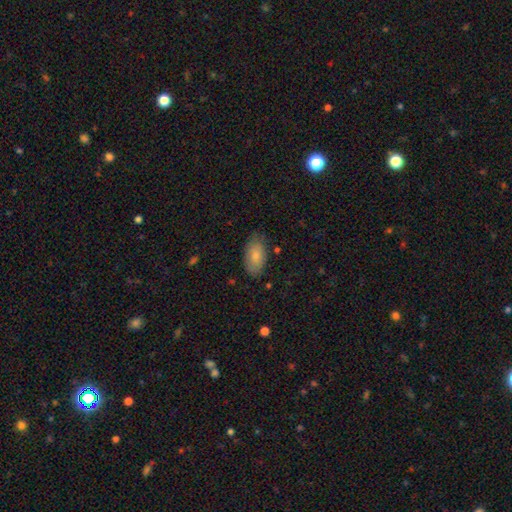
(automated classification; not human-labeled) A smooth galaxy with no disk features (79%) that is in between round and cigar-shaped (94%).

Vote fractions:
- Smooth or featured? smooth: 79% / featured or disk: 14% / star or artifact: 6%
- How rounded? in between: 94% / round: 3% / cigar-shaped: 3%
- Merging? none: 77% / minor disturbance: 18% / major disturbance: 4% / merger: 1%